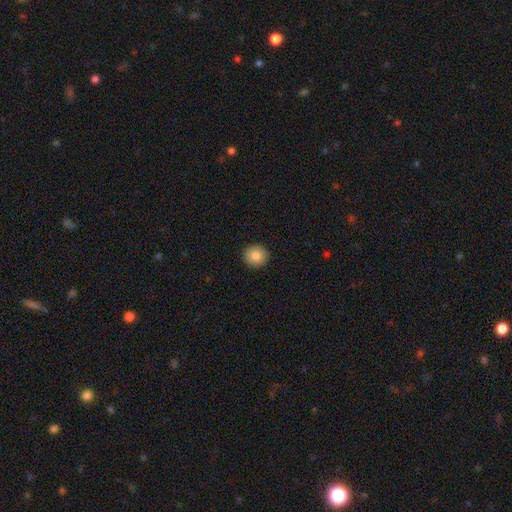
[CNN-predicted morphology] Smooth or featured?
  - smooth: 83% *
  - star or artifact: 8%
  - featured or disk: 8%
How rounded?
  - round: 90% *
  - in between: 9%
  - cigar-shaped: 1%
Merging?
  - none: 92% *
  - minor disturbance: 5%
  - major disturbance: 2%
  - merger: 1%